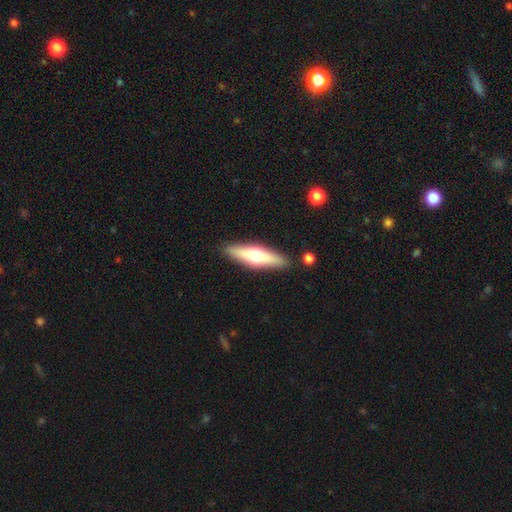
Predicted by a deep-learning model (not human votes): The model was most divided on "smooth or featured": featured or disk: 48%, smooth: 46%, star or artifact: 6%. More confident: merging — none (88%).